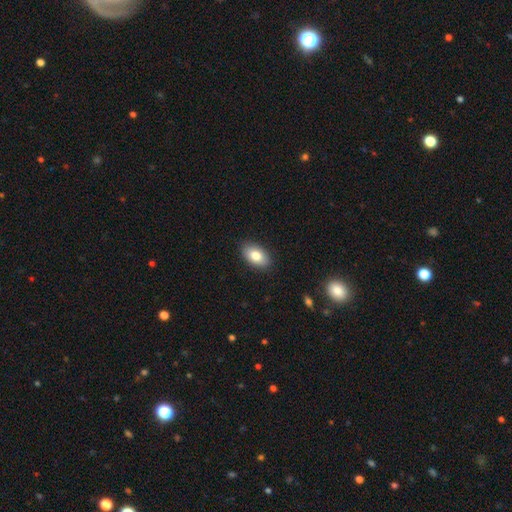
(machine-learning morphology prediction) smooth_or_featured: smooth (p=0.81) [alt: featured or disk p=0.11]
how_rounded: in between (p=0.93) [alt: round p=0.06]
merging: none (p=0.89) [alt: minor disturbance p=0.08]